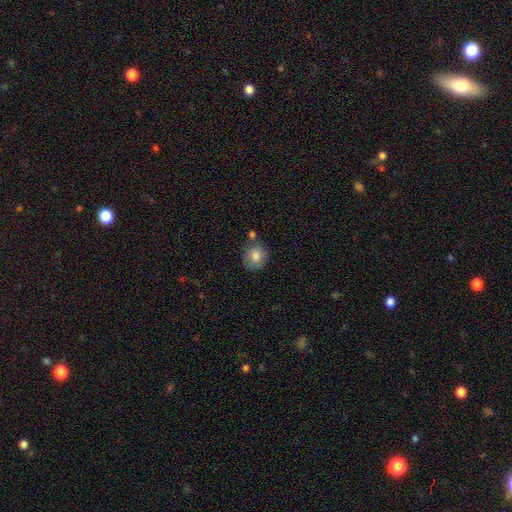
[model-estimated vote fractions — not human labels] A smooth galaxy with no disk features (83%) that is round (79%). Merging: none (68%).